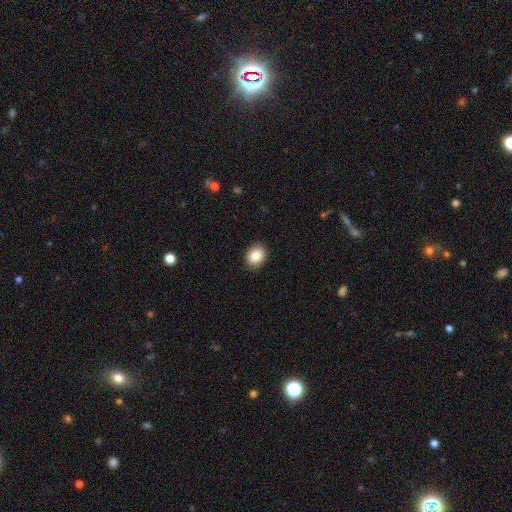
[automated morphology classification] smooth_or_featured: smooth (p=0.85) [alt: star or artifact p=0.09]
how_rounded: in between (p=0.51) [alt: round p=0.49]
merging: none (p=0.90) [alt: minor disturbance p=0.07]